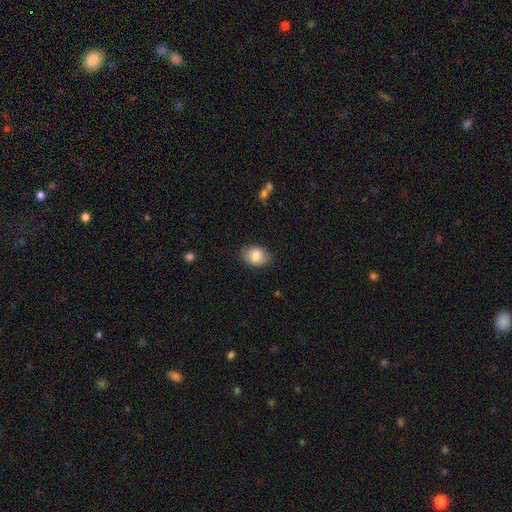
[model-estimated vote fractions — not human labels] A smooth galaxy with no disk features (82%) that is in between round and cigar-shaped (75%).

Vote fractions:
- Smooth or featured? smooth: 82% / featured or disk: 10% / star or artifact: 7%
- How rounded? in between: 75% / round: 24% / cigar-shaped: 1%
- Merging? none: 83% / minor disturbance: 13% / major disturbance: 3% / merger: 1%